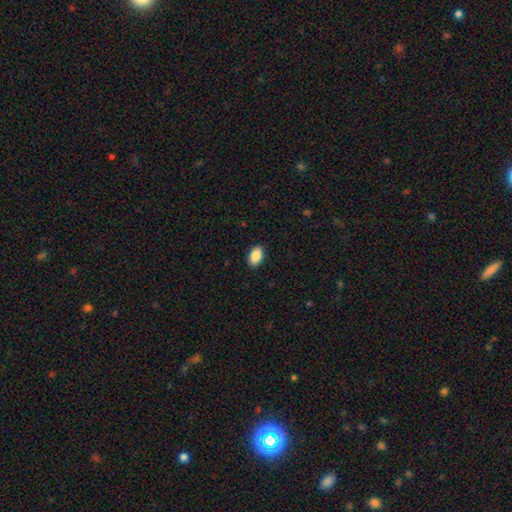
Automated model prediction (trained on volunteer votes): Overall: smooth (89%). How rounded: in between (91%). Merging: none (90%).